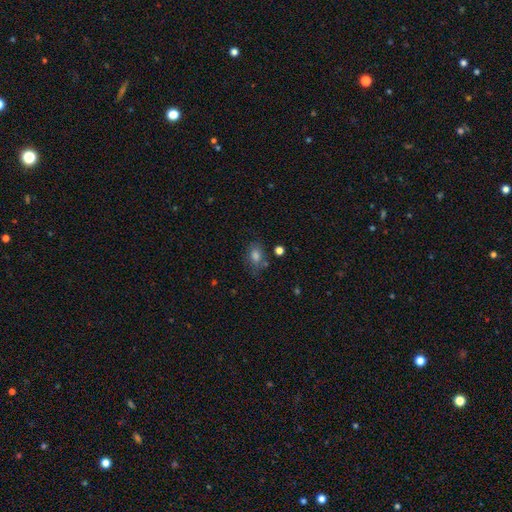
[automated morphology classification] A smooth galaxy with no disk features (71%) that is in between round and cigar-shaped (68%).

Vote fractions:
- Smooth or featured? smooth: 71% / star or artifact: 17% / featured or disk: 12%
- How rounded? in between: 68% / round: 30% / cigar-shaped: 2%
- Merging? none: 68% / minor disturbance: 19% / major disturbance: 6% / merger: 6%